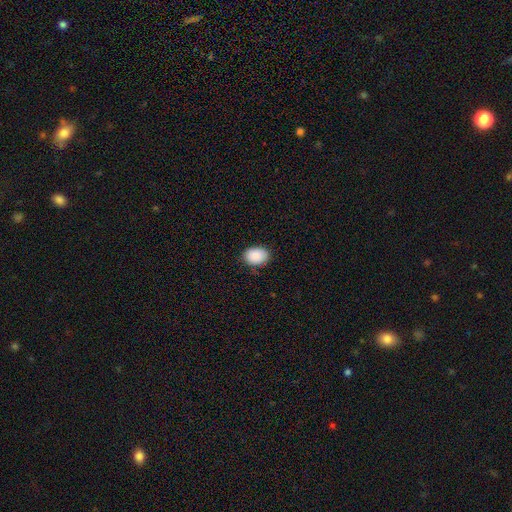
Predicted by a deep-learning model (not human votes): Smooth or featured: smooth — 90% (star or artifact — 7%)
How rounded: in between — 76% (round — 23%)
Merging: none — 84% (minor disturbance — 12%)